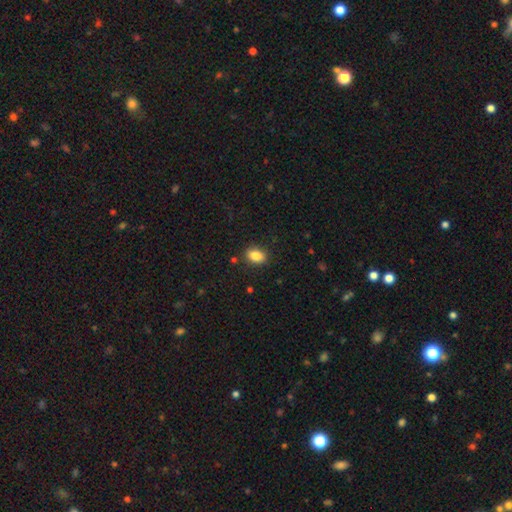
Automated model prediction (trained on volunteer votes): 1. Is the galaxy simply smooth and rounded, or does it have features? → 85% smooth, 9% star or artifact, 6% featured or disk.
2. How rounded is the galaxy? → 80% in between, 18% round, 2% cigar-shaped.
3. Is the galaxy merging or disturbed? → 85% none, 10% minor disturbance, 3% major disturbance, 2% merger.